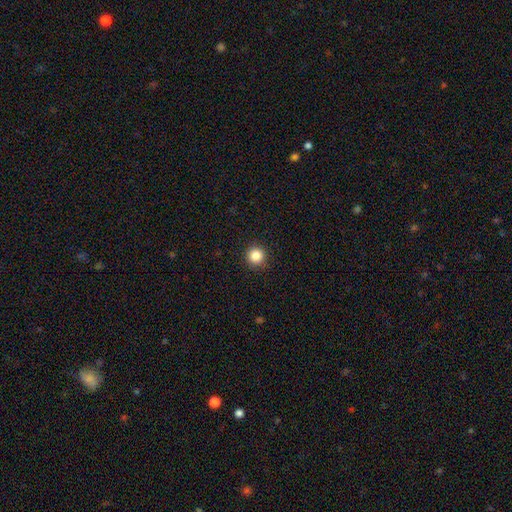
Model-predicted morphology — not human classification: Smooth or featured? smooth (86%)
How rounded? round (95%)
Merging? none (92%)